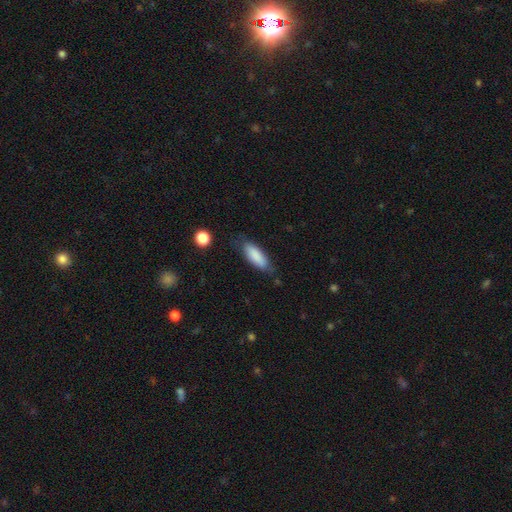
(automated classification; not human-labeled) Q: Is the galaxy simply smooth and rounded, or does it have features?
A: smooth — 86%.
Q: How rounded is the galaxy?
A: in between — 65%.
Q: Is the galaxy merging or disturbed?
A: none — 73%.